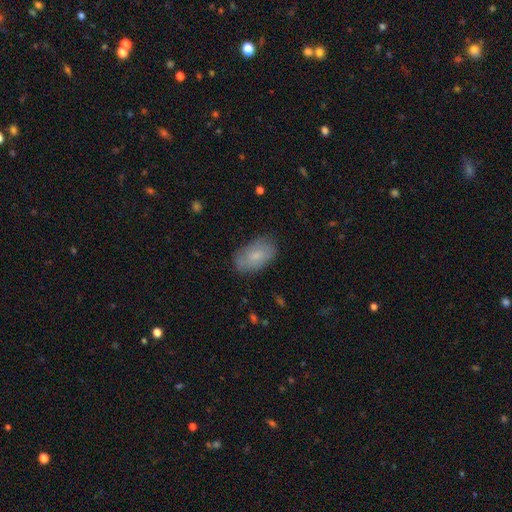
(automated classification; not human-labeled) Overall: smooth (75%). How rounded: in between (92%). Merging: none (74%).